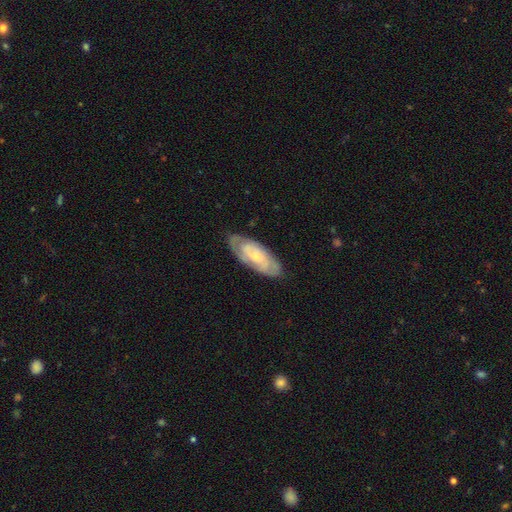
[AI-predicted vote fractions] Smooth or featured? featured or disk (62%)
Edge-on disk? no (87%)
Bar? no (71%)
Spiral arms? yes (83%)
Bulge size? small (57%)
Merging? none (76%)